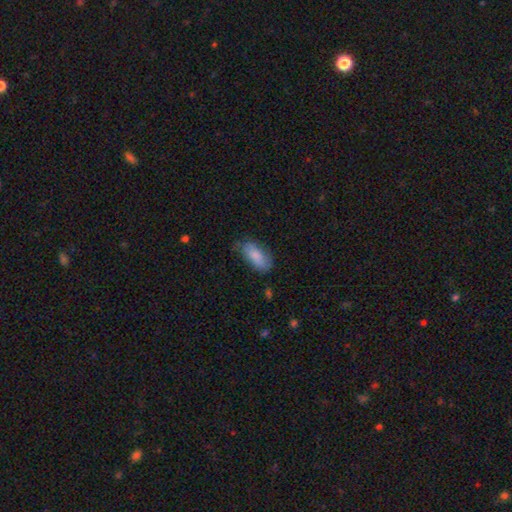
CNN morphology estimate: This is clearly a smooth galaxy (81%). How rounded: clearly in between (89%). Merging: likely none (65%).